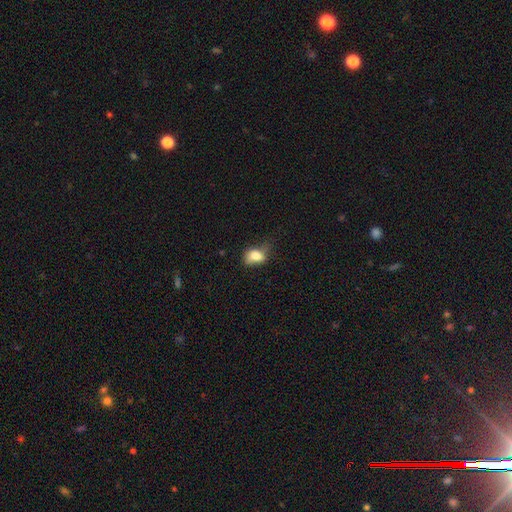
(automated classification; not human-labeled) Morphology: type=smooth (75%); roundness=in between (76%); merging=none (38%).